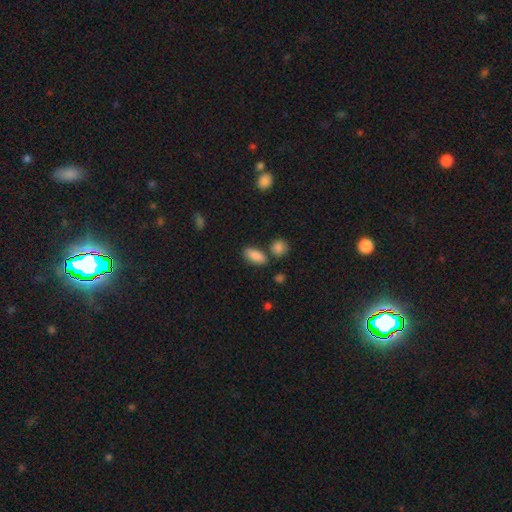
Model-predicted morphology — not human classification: smooth 87%, star or artifact 8%, featured or disk 5%. Down the decision tree: how rounded — in between (87%); merging — none (75%).